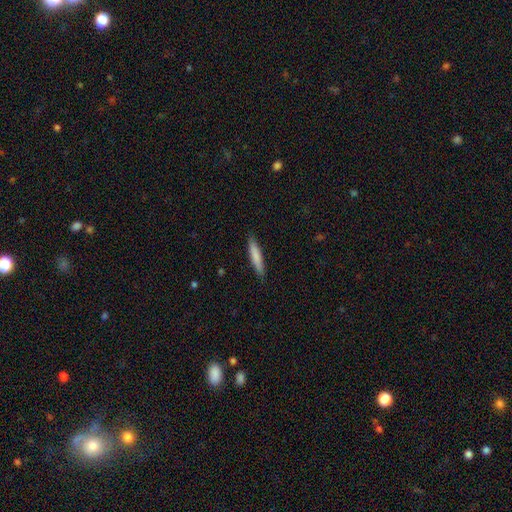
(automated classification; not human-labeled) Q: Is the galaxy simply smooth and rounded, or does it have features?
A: smooth — 78%.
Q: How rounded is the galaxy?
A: cigar-shaped — 92%.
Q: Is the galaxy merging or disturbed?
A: none — 89%.